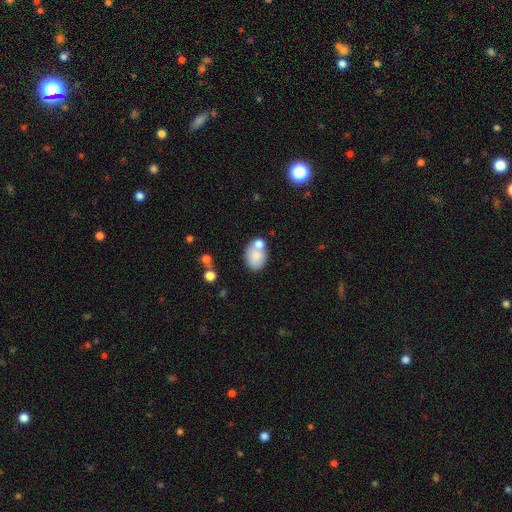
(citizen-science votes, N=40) A smooth galaxy with no disk features (88%) that is in between round and cigar-shaped (69%). Merging: none (60%).